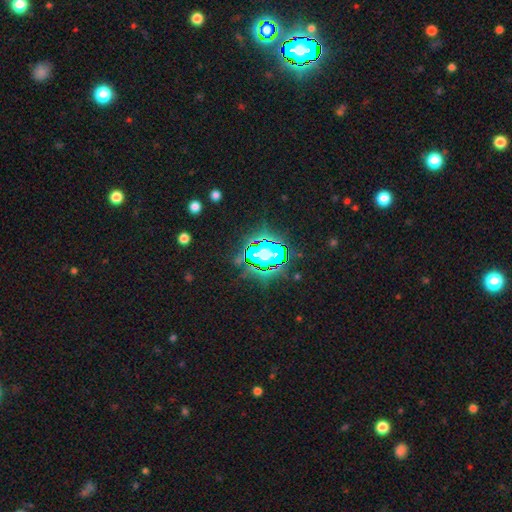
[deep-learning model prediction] smooth-or-featured: star or artifact: 82% | smooth: 11% | featured or disk: 7%